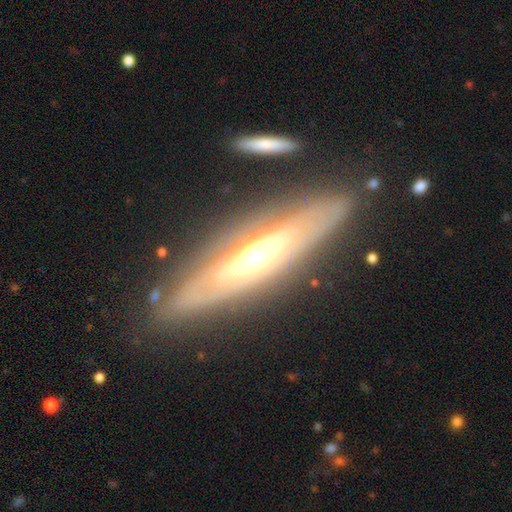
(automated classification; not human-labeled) A featured or disk galaxy (74%) viewed edge-on (62%).

Vote fractions:
- Smooth or featured? featured or disk: 74% / smooth: 20% / star or artifact: 6%
- Edge-on disk? yes: 62% / no: 38%
- Merging? none: 79% / minor disturbance: 13% / major disturbance: 4% / merger: 3%